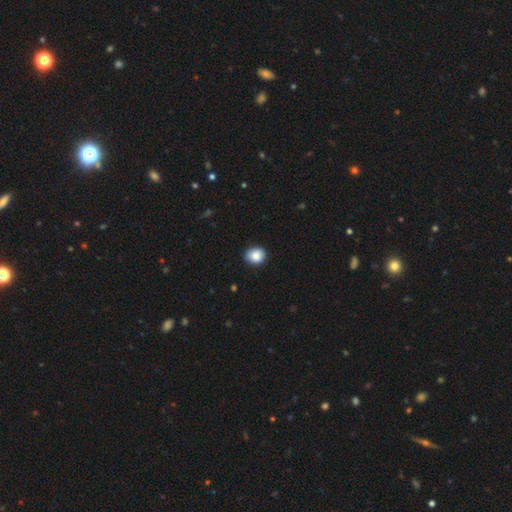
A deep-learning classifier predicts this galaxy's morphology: The model was most divided on "how rounded": round: 75%, in between: 24%, cigar-shaped: 1%. More confident: merging — none (86%); smooth or featured — smooth (86%).